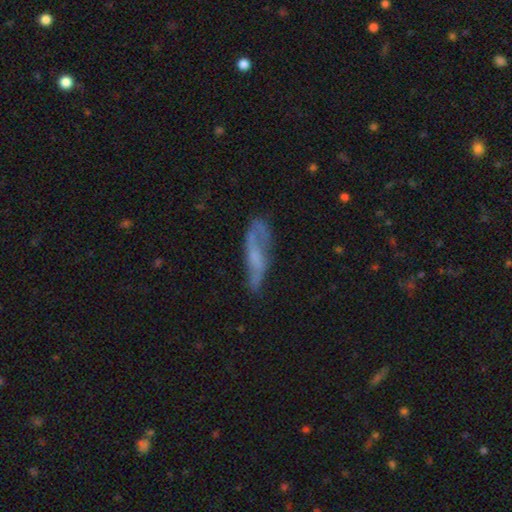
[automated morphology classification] This is possibly a featured or disk galaxy (56%). It is likely not viewed edge-on (70%). Merging: possibly none (54%).